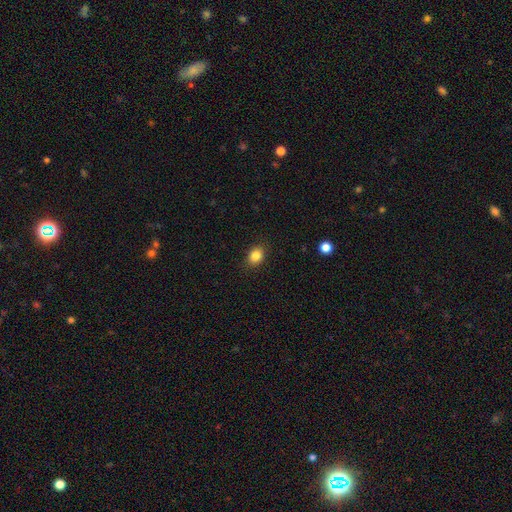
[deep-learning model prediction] A smooth galaxy with no disk features (85%) that is in between round and cigar-shaped (56%). Merging: none (87%).